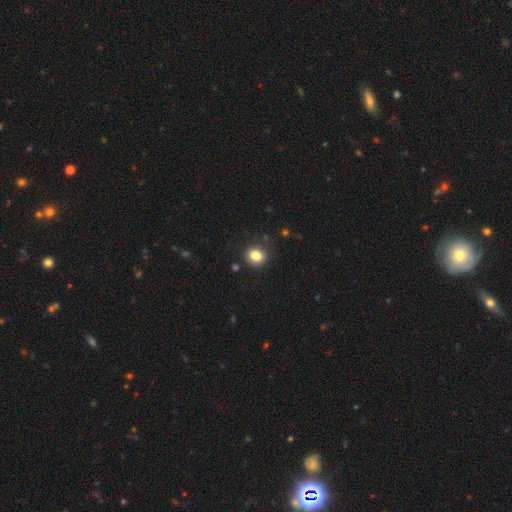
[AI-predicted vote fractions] Morphology: type=smooth (83%); roundness=round (76%); merging=none (87%).